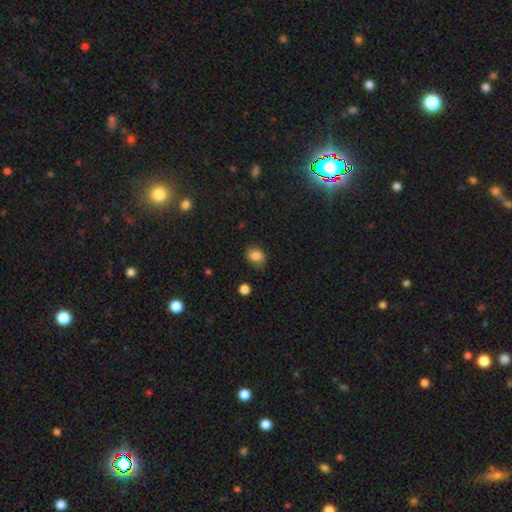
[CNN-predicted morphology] smooth-or-featured: smooth: 84% | star or artifact: 10% | featured or disk: 6%
  how-rounded: round: 52% | in between: 47% | cigar-shaped: 1%
  merging: none: 76% | minor disturbance: 18% | major disturbance: 4% | merger: 2%